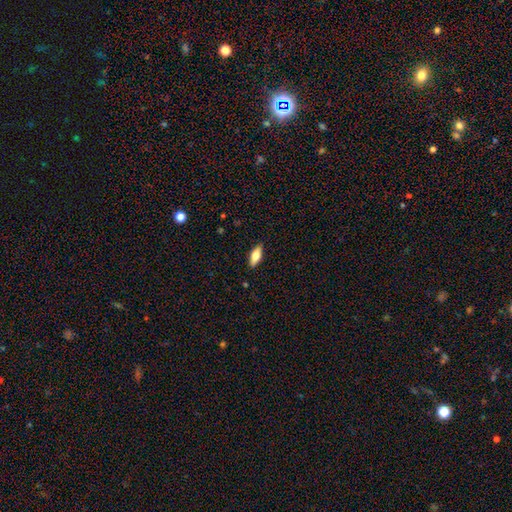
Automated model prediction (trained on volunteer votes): Q: Smooth or featured?
A: smooth (63%); runner-up: featured or disk (30%)
Q: How rounded?
A: in between (72%); runner-up: cigar-shaped (25%)
Q: Merging?
A: none (89%); runner-up: minor disturbance (9%)